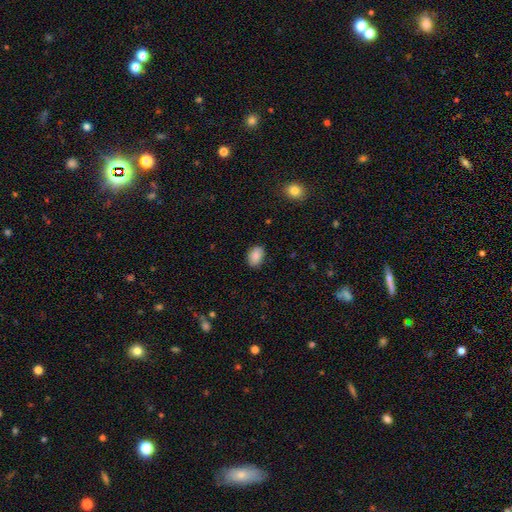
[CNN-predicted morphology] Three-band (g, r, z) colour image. It shows a smooth galaxy with no disk features (86%) that is in between round and cigar-shaped (83%). Merging: none (84%).